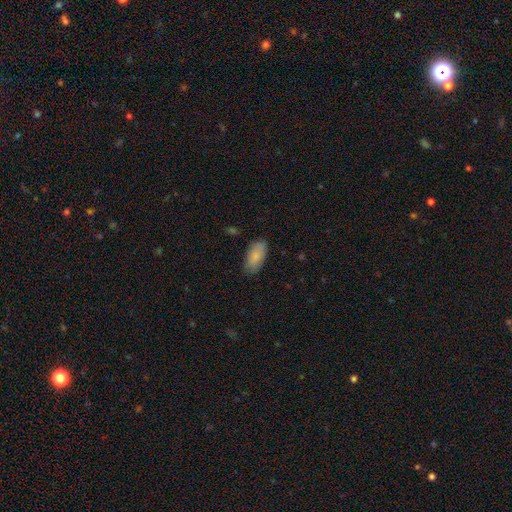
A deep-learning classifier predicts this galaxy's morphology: A smooth galaxy with no disk features (84%) that is in between round and cigar-shaped (91%).

Vote fractions:
- Smooth or featured? smooth: 84% / featured or disk: 10% / star or artifact: 6%
- How rounded? in between: 91% / cigar-shaped: 6% / round: 3%
- Merging? none: 79% / minor disturbance: 17% / major disturbance: 3% / merger: 1%